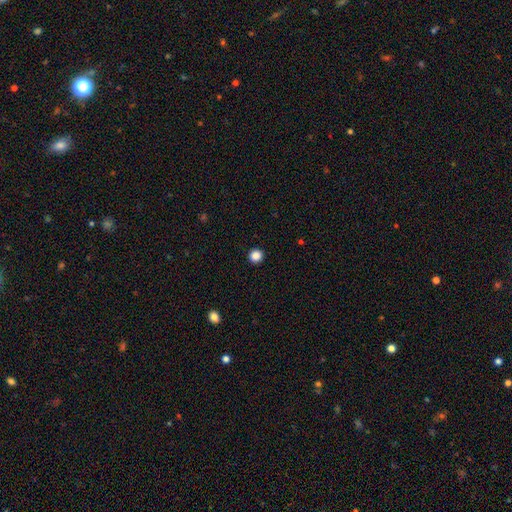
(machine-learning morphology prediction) Overall: smooth (86%). How rounded: round (95%). Merging: none (94%).